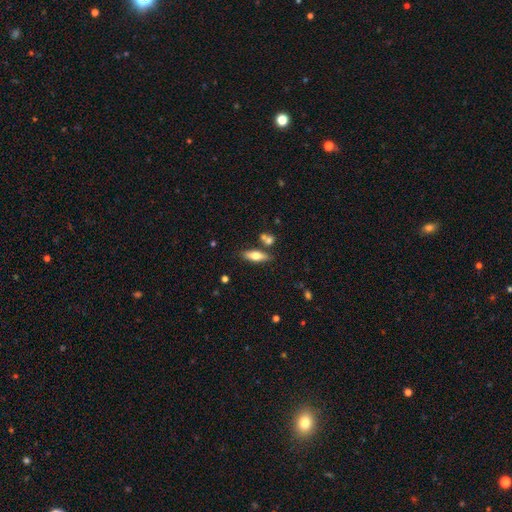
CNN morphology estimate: A smooth galaxy with no disk features (59%) that is in between round and cigar-shaped (54%). Merging: none (75%).